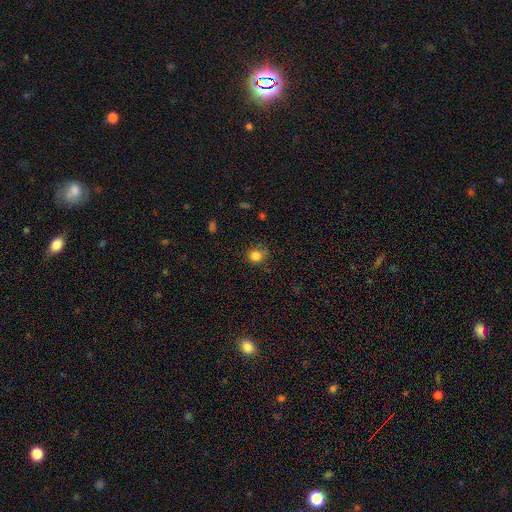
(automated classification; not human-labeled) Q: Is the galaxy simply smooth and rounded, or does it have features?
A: smooth — 82%.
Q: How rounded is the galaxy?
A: round — 84%.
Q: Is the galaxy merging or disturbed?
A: none — 76%.